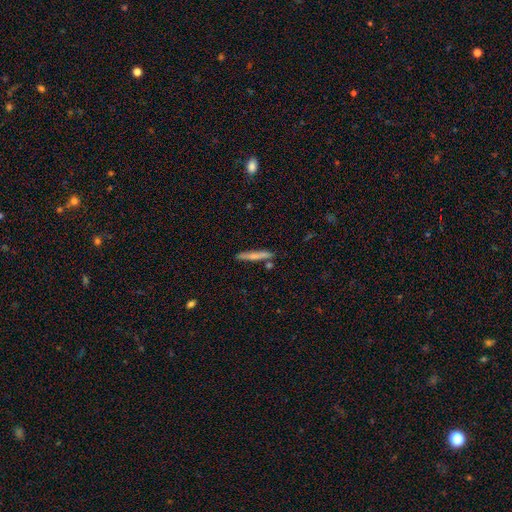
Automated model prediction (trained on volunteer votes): Smooth or featured? smooth (65%)
How rounded? cigar-shaped (95%)
Merging? none (83%)